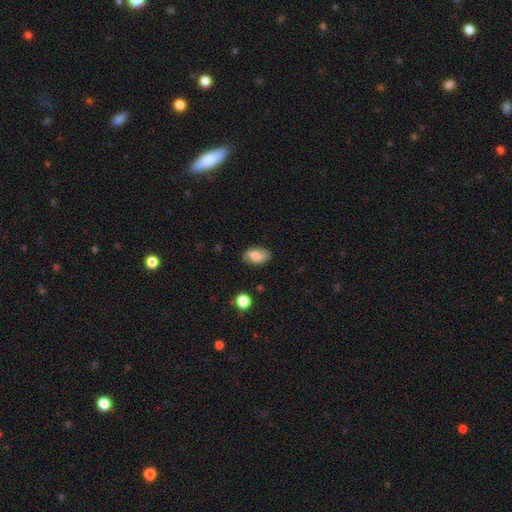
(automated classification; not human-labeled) smooth_or_featured: smooth (p=0.66) [alt: featured or disk p=0.25]
how_rounded: in between (p=0.89) [alt: round p=0.09]
merging: none (p=0.79) [alt: minor disturbance p=0.16]